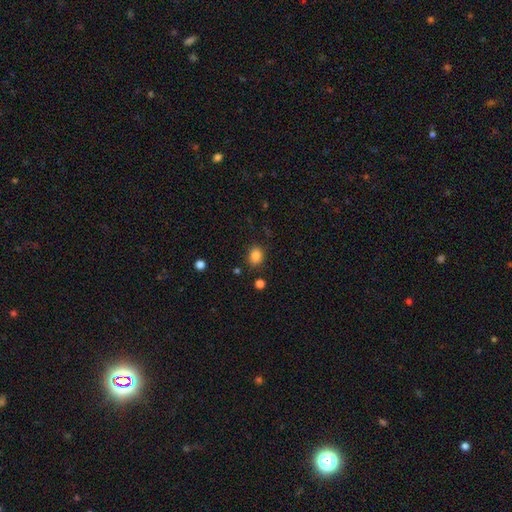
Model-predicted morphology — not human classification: smooth-or-featured: smooth: 85% | star or artifact: 11% | featured or disk: 4%
  how-rounded: round: 51% | in between: 48% | cigar-shaped: 1%
  merging: none: 83% | minor disturbance: 11% | major disturbance: 3% | merger: 3%